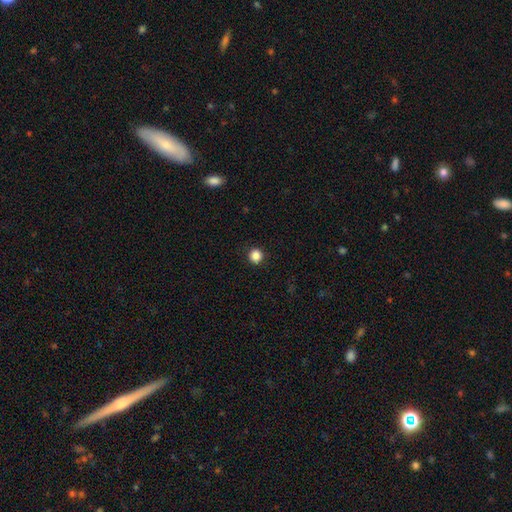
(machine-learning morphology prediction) The model was most divided on "smooth or featured": smooth: 86%, star or artifact: 11%, featured or disk: 3%. More confident: how rounded — round (94%); merging — none (92%).